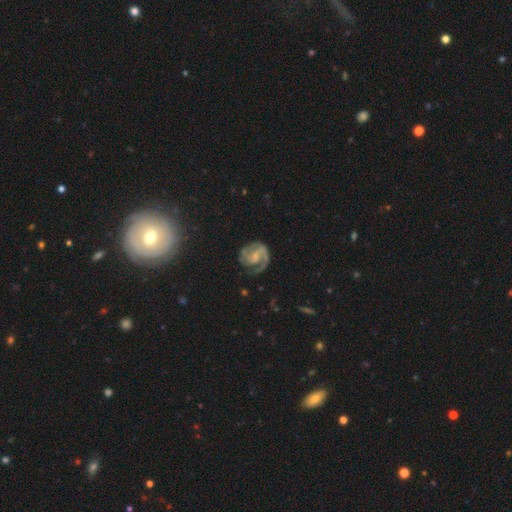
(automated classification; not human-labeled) Smooth or featured?
  - featured or disk: 85% *
  - smooth: 9%
  - star or artifact: 6%
Edge-on disk?
  - no: 98% *
  - yes: 2%
Bar?
  - no: 44% *
  - weak: 43%
  - strong: 12%
Spiral arms?
  - yes: 96% *
  - no: 4%
Spiral winding?
  - medium: 47% *
  - tight: 38%
  - loose: 14%
Spiral arm count?
  - 2: 63% *
  - 1: 14%
  - 3: 10%
  - can't tell: 9%
  - 4: 2%
  - more than 4: 2%
Bulge size?
  - small: 50% *
  - moderate: 24%
  - none: 22%
  - large: 3%
  - dominant: 1%
Merging?
  - none: 64% *
  - minor disturbance: 20%
  - major disturbance: 15%
  - merger: 2%